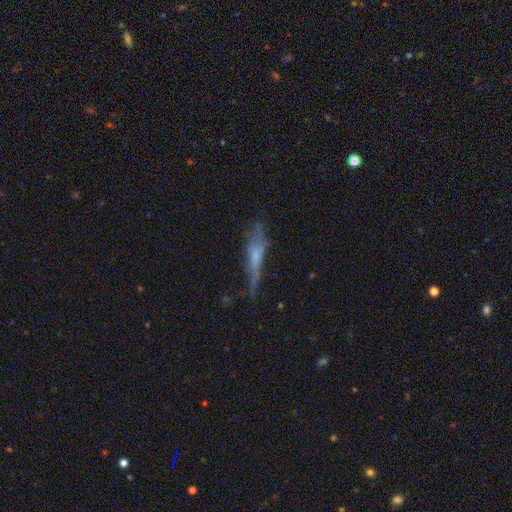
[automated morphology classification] This appears to be a featured or disk galaxy (49%). Merging: none (51%).